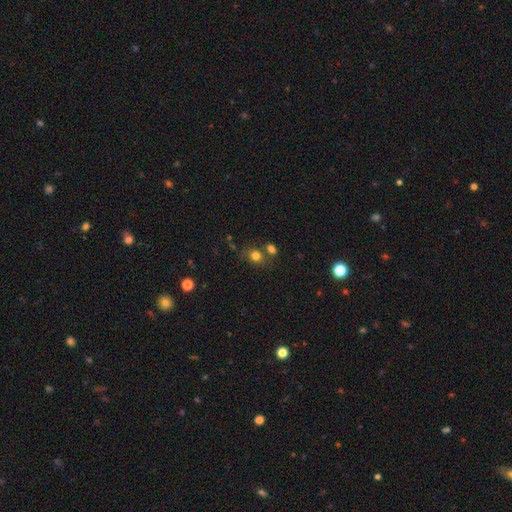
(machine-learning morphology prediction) Smooth or featured? Predicted: smooth (p=0.78). How rounded? Predicted: round (p=0.57). Merging? Predicted: none (p=0.60).